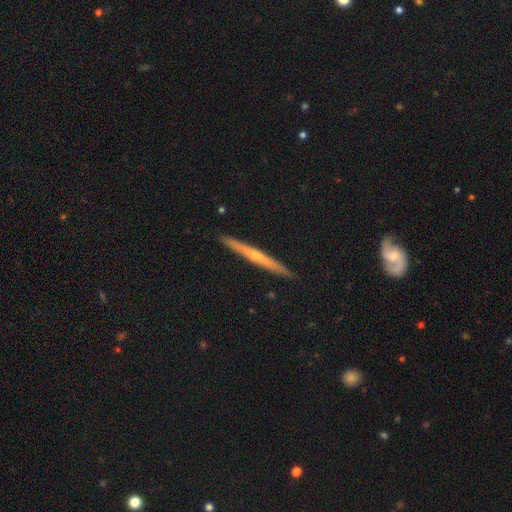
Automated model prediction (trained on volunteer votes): smooth_or_featured: featured or disk (p=0.63) [alt: smooth p=0.31]
disk_edge_on: yes (p=0.98) [alt: no p=0.02]
edge_on_bulge: rounded (p=0.57) [alt: none p=0.40]
merging: none (p=0.93) [alt: minor disturbance p=0.05]